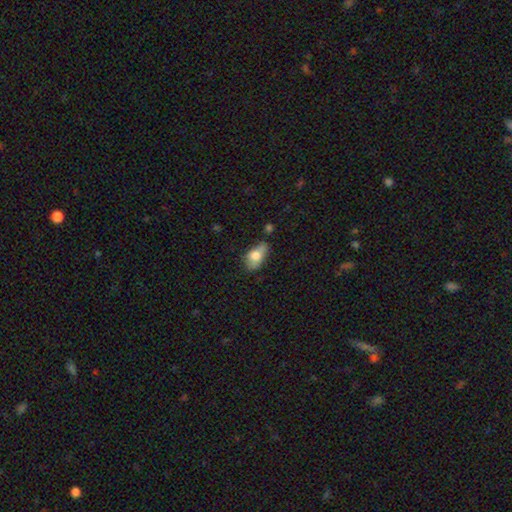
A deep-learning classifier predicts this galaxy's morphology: smooth 73%, featured or disk 19%, star or artifact 8%. Down the decision tree: how rounded — in between (86%); merging — none (52%).